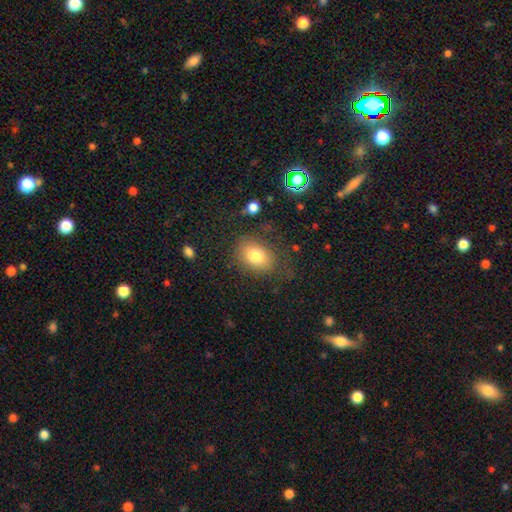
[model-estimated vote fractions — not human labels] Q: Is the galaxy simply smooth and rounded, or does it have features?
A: smooth — 77%.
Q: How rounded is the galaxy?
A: in between — 63%.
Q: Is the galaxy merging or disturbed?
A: none — 70%.